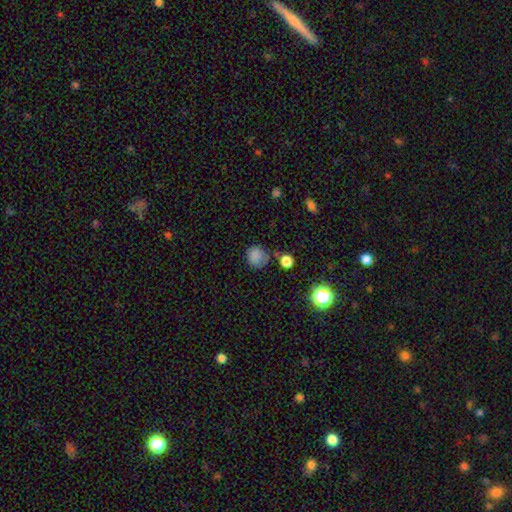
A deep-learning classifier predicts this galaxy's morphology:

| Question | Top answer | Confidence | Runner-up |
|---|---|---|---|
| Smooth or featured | smooth | 82% | star or artifact (13%) |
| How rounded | round | 83% | in between (16%) |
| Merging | none | 66% | minor disturbance (22%) |